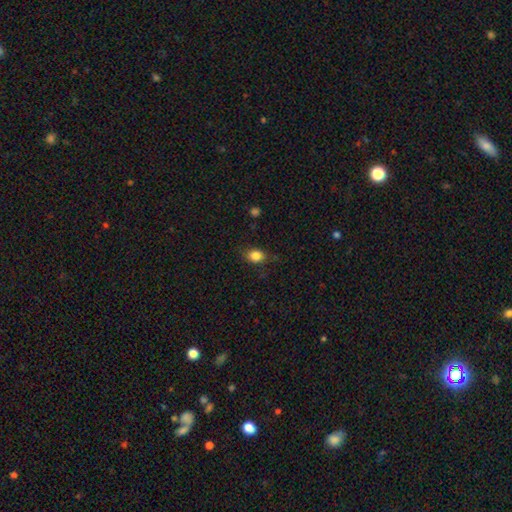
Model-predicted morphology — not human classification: Q: Smooth or featured?
A: smooth (84%); runner-up: star or artifact (10%)
Q: How rounded?
A: in between (58%); runner-up: round (41%)
Q: Merging?
A: none (79%); runner-up: minor disturbance (16%)